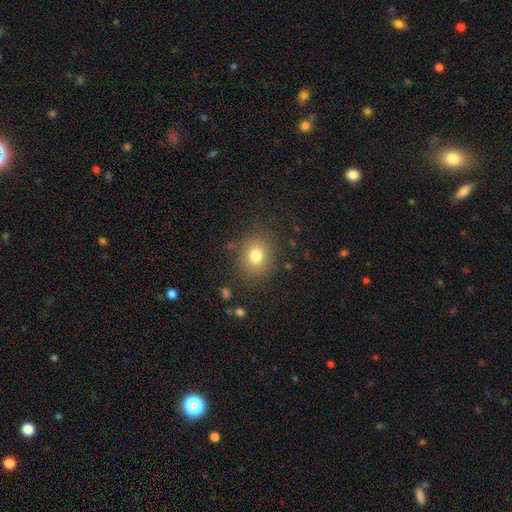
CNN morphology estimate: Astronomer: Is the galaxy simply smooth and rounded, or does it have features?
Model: smooth — 77%.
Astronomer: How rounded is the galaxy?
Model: round — 67%.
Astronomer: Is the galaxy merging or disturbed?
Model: none — 84%.